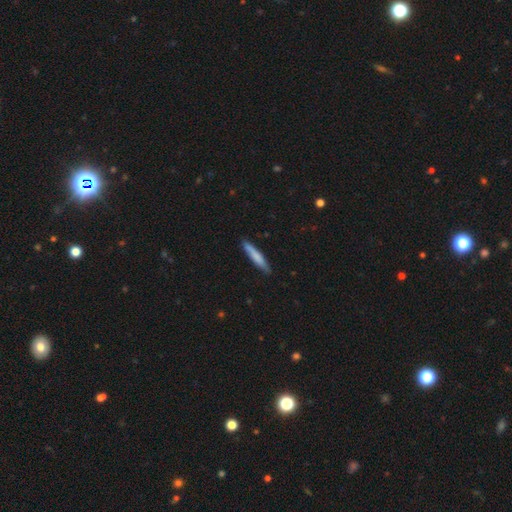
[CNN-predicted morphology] The model was most divided on "smooth or featured": smooth: 74%, featured or disk: 21%, star or artifact: 5%. More confident: how rounded — cigar-shaped (92%); merging — none (85%).